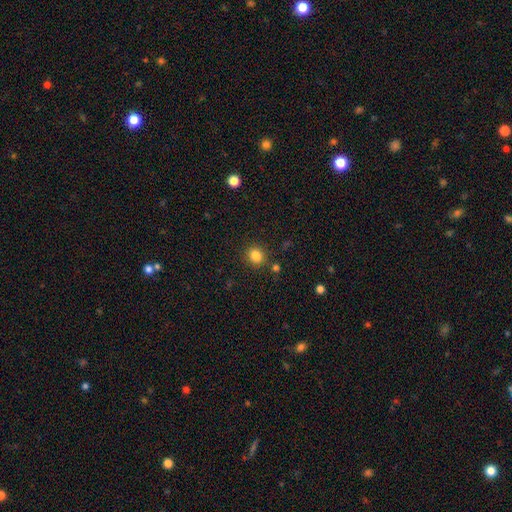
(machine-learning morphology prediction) smooth 84%, star or artifact 11%, featured or disk 5%. Down the decision tree: how rounded — round (75%); merging — none (85%).